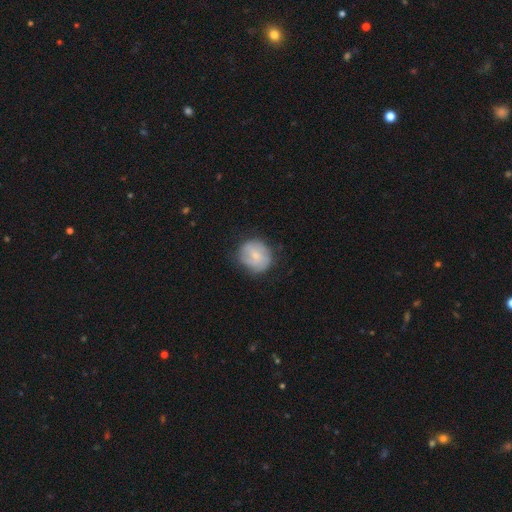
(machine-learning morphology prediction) smooth_or_featured: smooth (p=0.59) [alt: featured or disk p=0.34]
how_rounded: round (p=0.78) [alt: in between p=0.21]
merging: none (p=0.69) [alt: minor disturbance p=0.23]